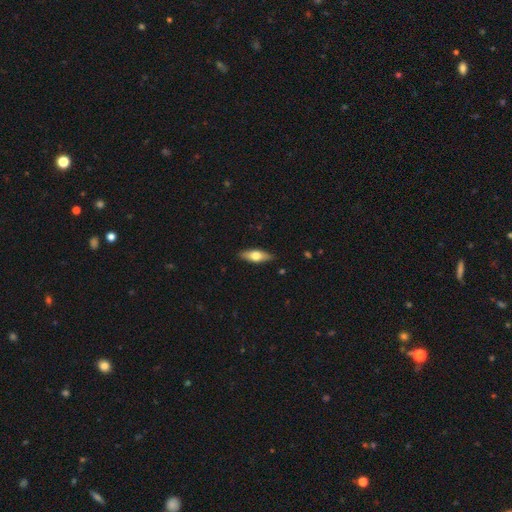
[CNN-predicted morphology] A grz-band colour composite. It shows a smooth galaxy with no disk features (60%) that is in between round and cigar-shaped (63%). Merging: none (88%).